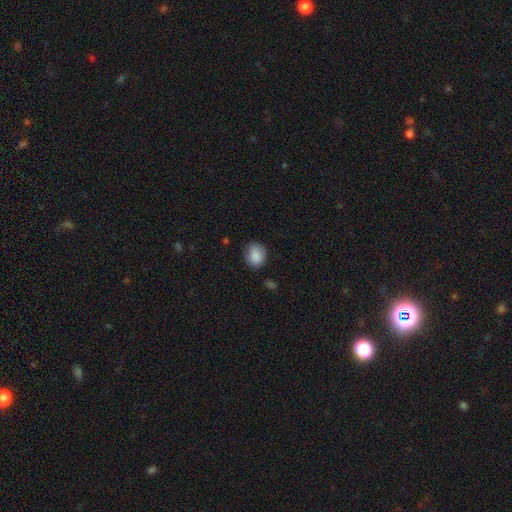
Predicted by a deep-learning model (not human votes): A smooth galaxy with no disk features (88%) that is round (57%).

Vote fractions:
- Smooth or featured? smooth: 88% / star or artifact: 8% / featured or disk: 4%
- How rounded? round: 57% / in between: 42% / cigar-shaped: 1%
- Merging? none: 79% / minor disturbance: 16% / major disturbance: 3% / merger: 2%